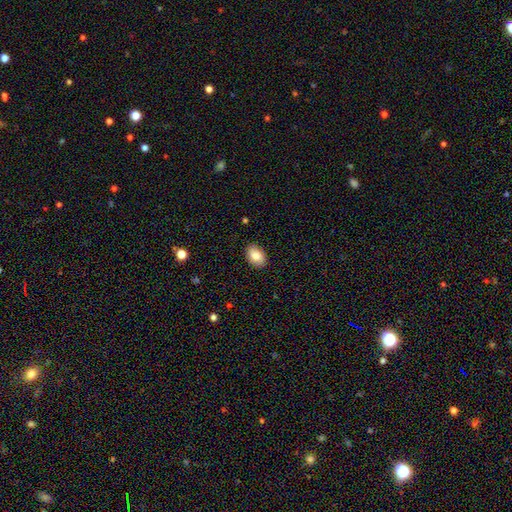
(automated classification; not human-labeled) Smooth or featured? smooth (83%)
How rounded? in between (81%)
Merging? none (88%)